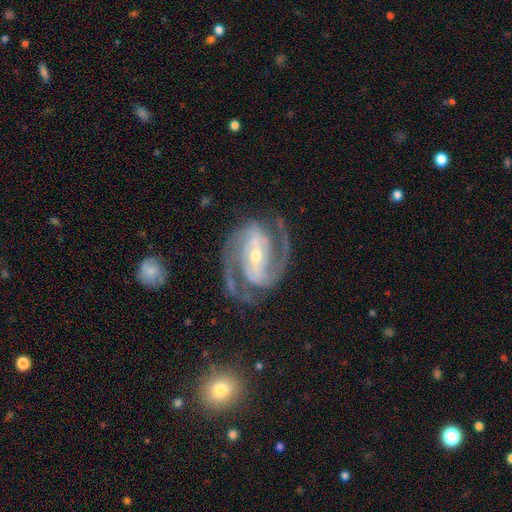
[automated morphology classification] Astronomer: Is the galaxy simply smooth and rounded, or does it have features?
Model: featured or disk — 93%.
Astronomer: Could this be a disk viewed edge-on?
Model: no — 97%.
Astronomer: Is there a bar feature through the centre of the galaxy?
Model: strong — 51% (runner-up: weak, 32%).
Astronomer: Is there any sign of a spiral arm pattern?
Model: yes — 98%.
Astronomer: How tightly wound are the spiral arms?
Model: medium — 54% (runner-up: tight, 37%).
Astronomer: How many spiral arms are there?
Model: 2 — 87%.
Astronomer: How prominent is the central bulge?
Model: small — 56% (runner-up: moderate, 40%).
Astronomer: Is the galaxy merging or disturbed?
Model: none — 76%.